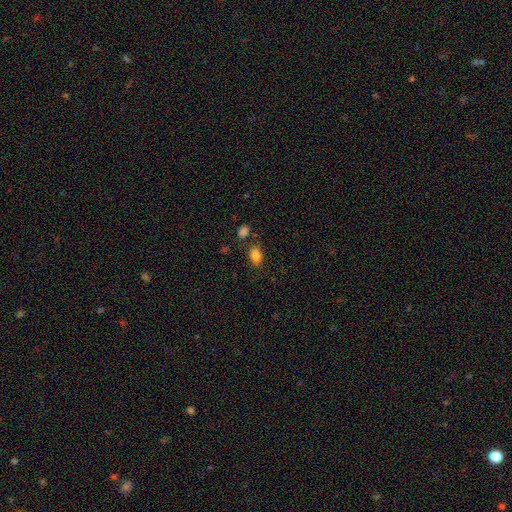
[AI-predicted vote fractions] The model was most divided on "merging": none: 66%, minor disturbance: 16%, merger: 13%, major disturbance: 5%. More confident: how rounded — in between (84%); smooth or featured — smooth (83%).